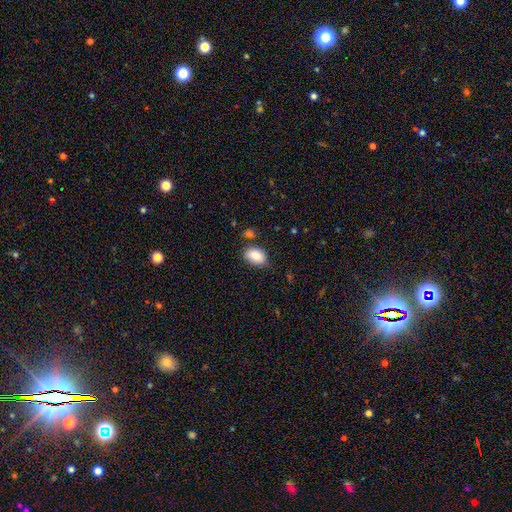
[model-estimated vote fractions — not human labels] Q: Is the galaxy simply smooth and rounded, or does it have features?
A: smooth — 87%.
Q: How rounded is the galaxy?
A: in between — 89%.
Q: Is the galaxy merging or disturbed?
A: none — 78%.